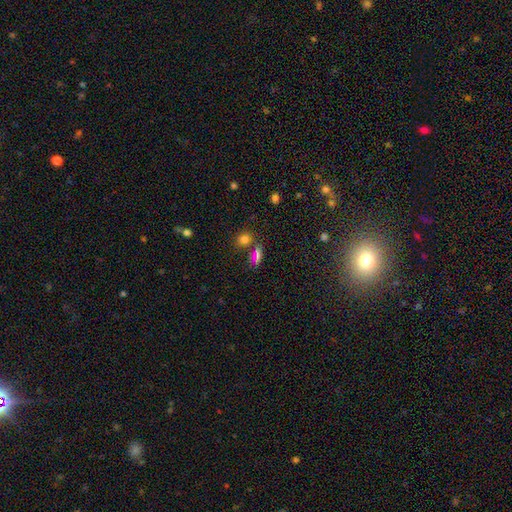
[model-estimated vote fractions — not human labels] Smooth or featured? smooth (67%)
How rounded? in between (55%)
Merging? none (63%)